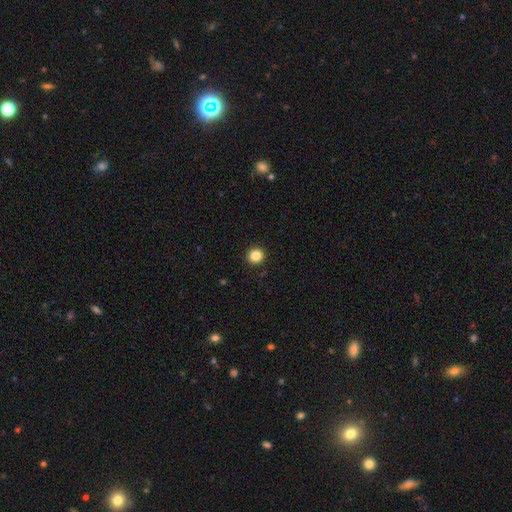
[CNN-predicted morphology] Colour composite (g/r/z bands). It shows a smooth galaxy with no disk features (84%) that is round (91%). Merging: none (93%).